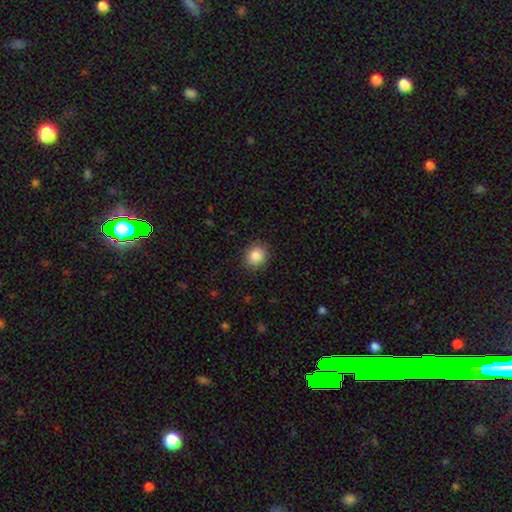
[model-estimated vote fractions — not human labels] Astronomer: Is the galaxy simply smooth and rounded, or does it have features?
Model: smooth — 86%.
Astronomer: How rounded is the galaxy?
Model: round — 71%.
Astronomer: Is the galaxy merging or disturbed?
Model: none — 89%.